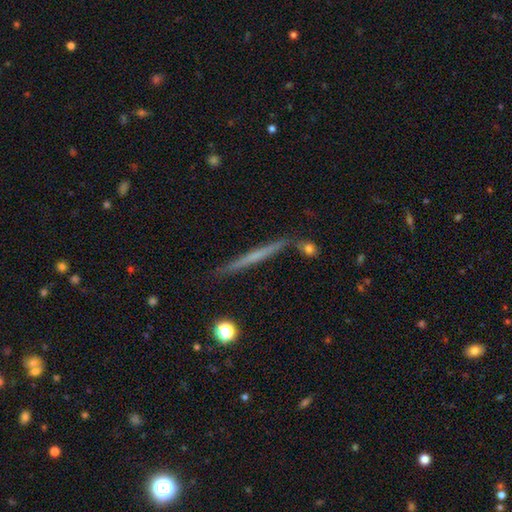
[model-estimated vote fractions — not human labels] smooth-or-featured: featured or disk: 51% | smooth: 42% | star or artifact: 7%
  disk-edge-on: yes: 97% | no: 3%
  merging: none: 86% | minor disturbance: 9% | merger: 4% | major disturbance: 2%